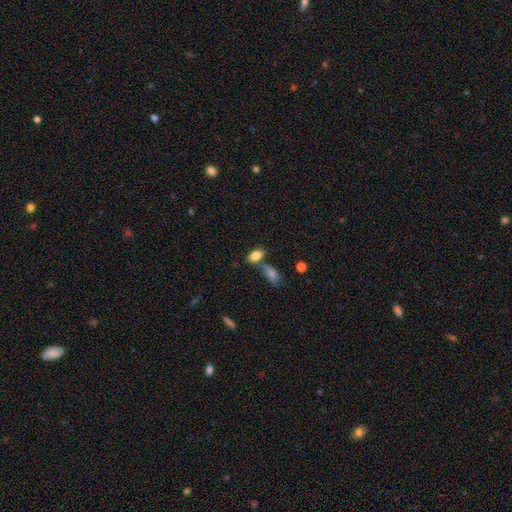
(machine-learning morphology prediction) Smooth or featured?
  - smooth: 83% *
  - star or artifact: 9%
  - featured or disk: 8%
How rounded?
  - in between: 89% *
  - round: 7%
  - cigar-shaped: 4%
Merging?
  - none: 53% *
  - merger: 29%
  - minor disturbance: 13%
  - major disturbance: 4%